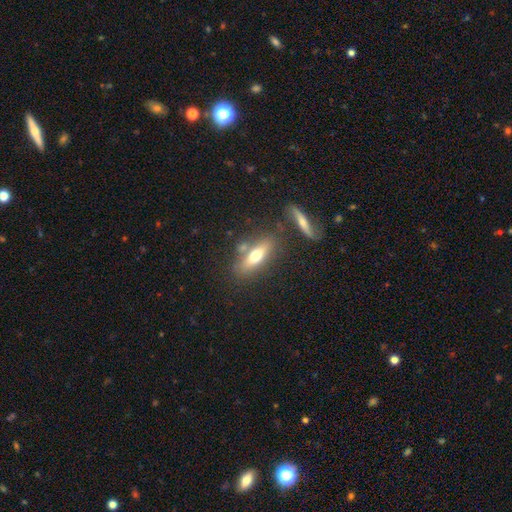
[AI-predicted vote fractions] Q: Smooth or featured?
A: smooth (59%); runner-up: featured or disk (33%)
Q: How rounded?
A: in between (53%); runner-up: cigar-shaped (44%)
Q: Merging?
A: none (68%); runner-up: merger (14%)